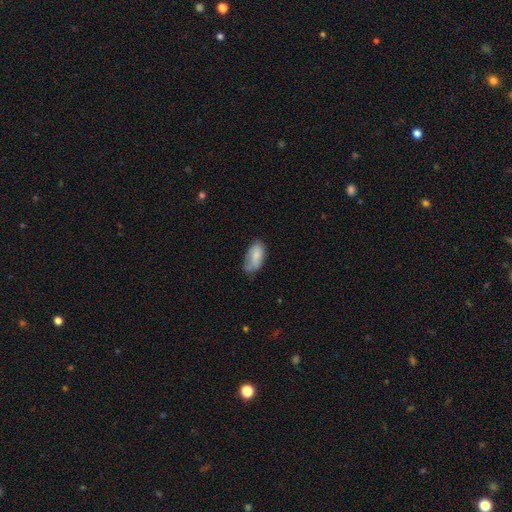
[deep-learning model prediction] smooth-or-featured: smooth: 76% | featured or disk: 17% | star or artifact: 7%
  how-rounded: in between: 93% | cigar-shaped: 4% | round: 3%
  merging: none: 50% | minor disturbance: 36% | major disturbance: 11% | merger: 3%